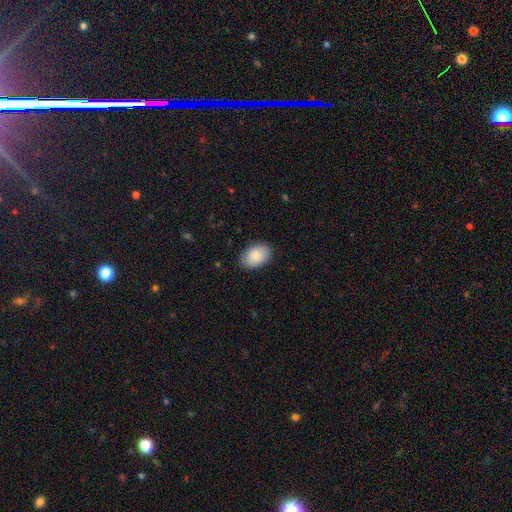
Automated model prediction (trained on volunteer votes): A smooth galaxy with no disk features (81%) that is in between round and cigar-shaped (86%).

Vote fractions:
- Smooth or featured? smooth: 81% / featured or disk: 12% / star or artifact: 6%
- How rounded? in between: 86% / round: 13% / cigar-shaped: 1%
- Merging? none: 85% / minor disturbance: 11% / major disturbance: 2% / merger: 1%